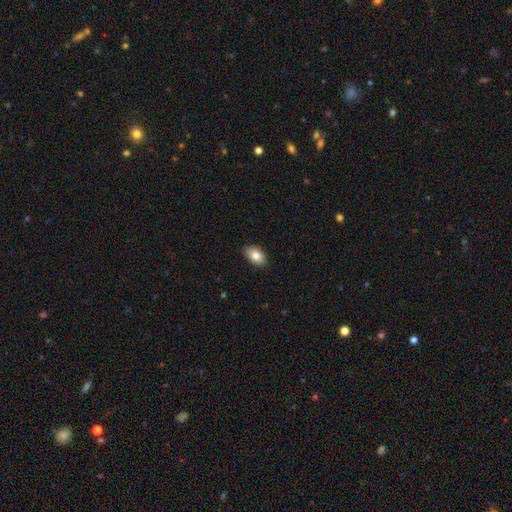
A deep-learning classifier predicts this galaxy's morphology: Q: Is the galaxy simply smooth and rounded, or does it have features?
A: smooth — 82%.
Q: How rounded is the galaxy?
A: in between — 91%.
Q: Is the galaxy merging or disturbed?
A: none — 88%.